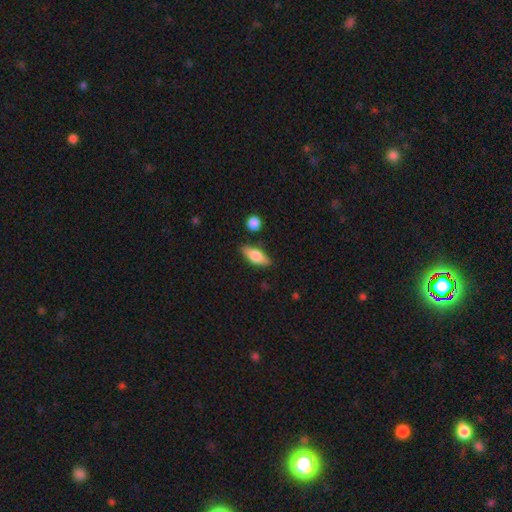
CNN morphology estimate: Smooth or featured? smooth (63%)
How rounded? in between (70%)
Merging? none (81%)